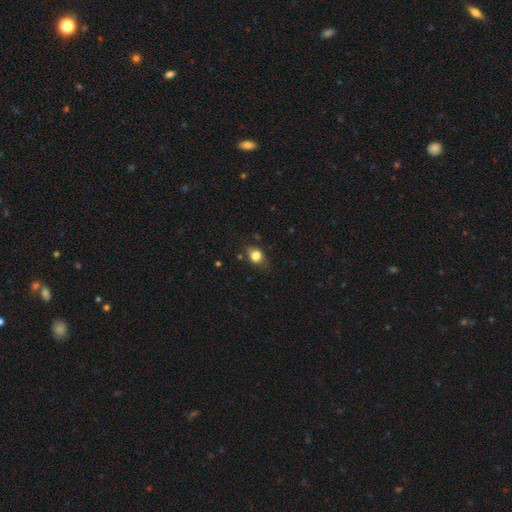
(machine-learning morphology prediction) smooth 80%, star or artifact 11%, featured or disk 9%. Down the decision tree: how rounded — round (52%); merging — none (70%).